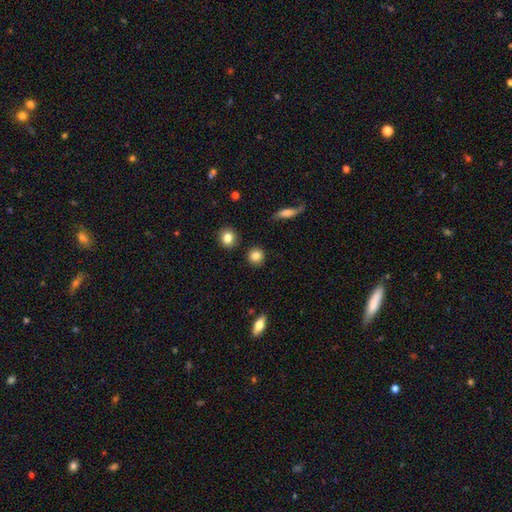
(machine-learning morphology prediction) smooth_or_featured: smooth (p=0.85) [alt: star or artifact p=0.09]
how_rounded: round (p=0.90) [alt: in between p=0.08]
merging: none (p=0.90) [alt: minor disturbance p=0.06]